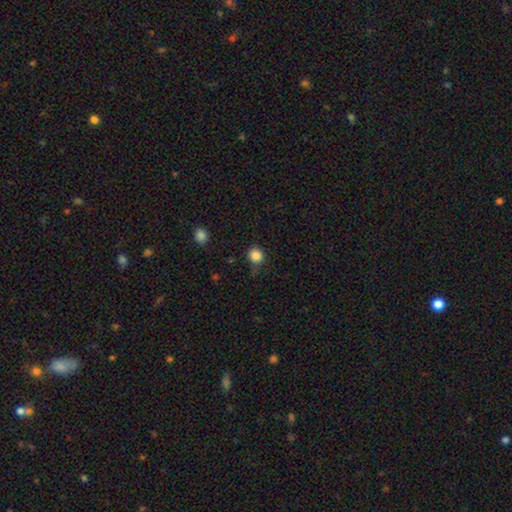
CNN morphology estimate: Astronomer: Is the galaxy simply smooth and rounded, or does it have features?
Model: smooth — 86%.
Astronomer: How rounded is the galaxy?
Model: round — 86%.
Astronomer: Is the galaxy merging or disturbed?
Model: none — 74%.